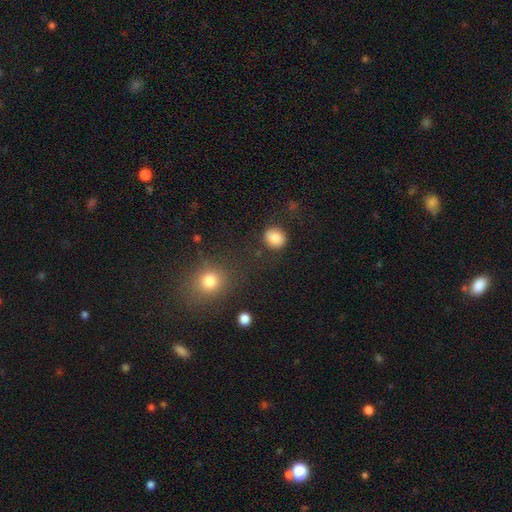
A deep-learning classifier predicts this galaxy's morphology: The model was most divided on "smooth or featured": smooth: 61%, star or artifact: 32%, featured or disk: 7%. More confident: how rounded — round (80%); merging — none (80%).